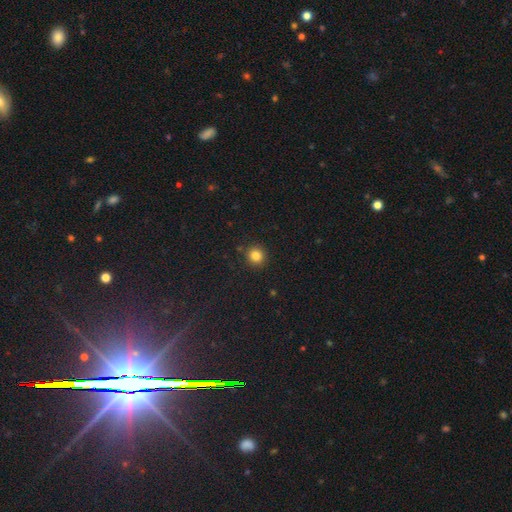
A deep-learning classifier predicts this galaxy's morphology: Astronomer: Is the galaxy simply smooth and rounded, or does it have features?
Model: smooth — 83%.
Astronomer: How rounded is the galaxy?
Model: round — 93%.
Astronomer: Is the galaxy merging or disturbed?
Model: none — 90%.